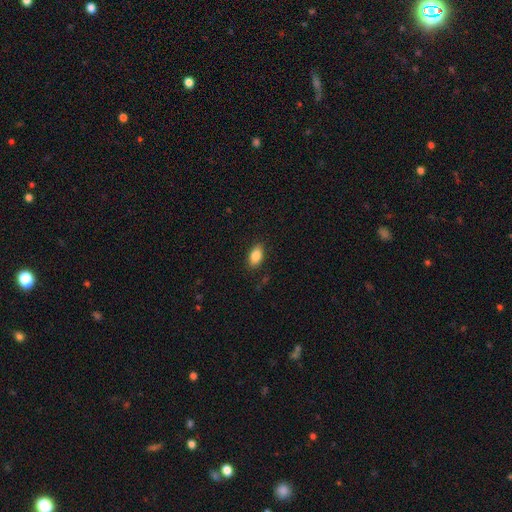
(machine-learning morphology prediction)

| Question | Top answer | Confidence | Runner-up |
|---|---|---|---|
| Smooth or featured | smooth | 85% | star or artifact (8%) |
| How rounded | in between | 90% | round (7%) |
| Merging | none | 86% | minor disturbance (10%) |